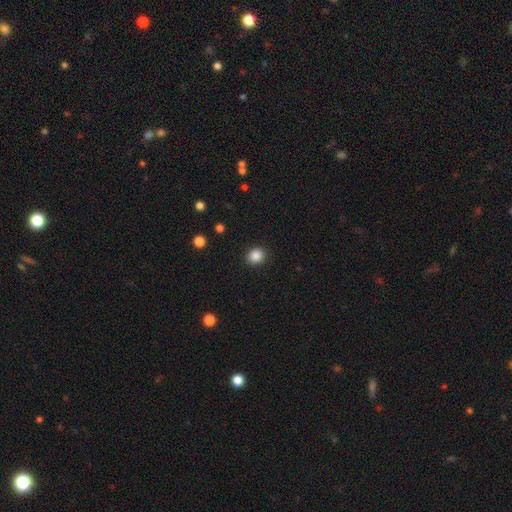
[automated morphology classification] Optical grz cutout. It shows a smooth galaxy with no disk features (86%) that is round (77%). Merging: none (91%).